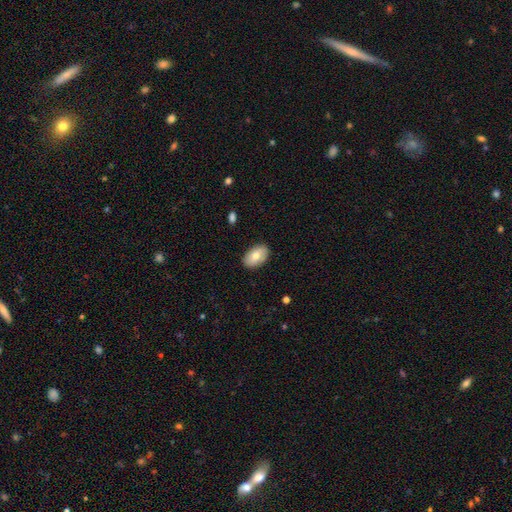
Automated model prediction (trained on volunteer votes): Morphology: type=smooth (74%); roundness=in between (92%); merging=none (87%).